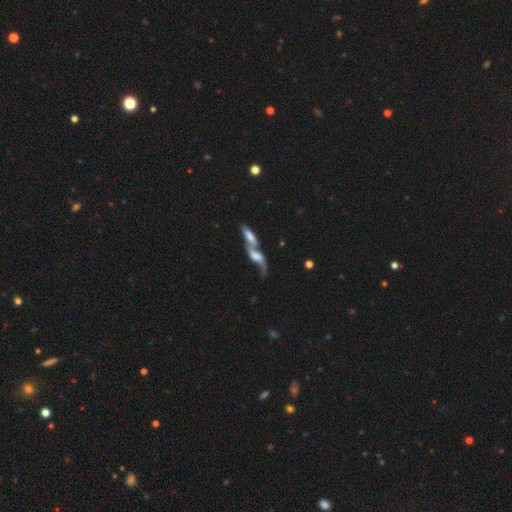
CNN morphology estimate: Q: Smooth or featured?
A: featured or disk (62%); runner-up: smooth (30%)
Q: Edge-on disk?
A: no (79%); runner-up: yes (21%)
Q: Merging?
A: merger (74%); runner-up: none (14%)